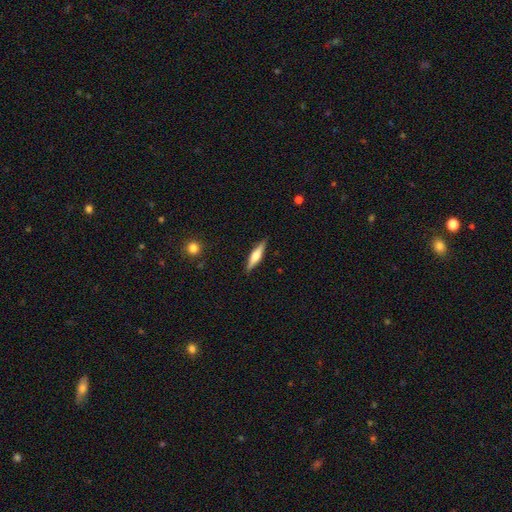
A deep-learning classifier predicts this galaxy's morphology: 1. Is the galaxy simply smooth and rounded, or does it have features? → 51% featured or disk, 44% smooth, 5% star or artifact.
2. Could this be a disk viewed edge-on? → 96% yes, 4% no.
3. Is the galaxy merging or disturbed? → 89% none, 8% minor disturbance, 2% major disturbance, 1% merger.